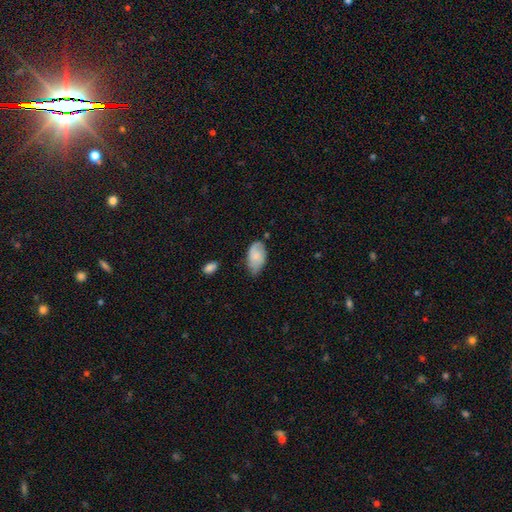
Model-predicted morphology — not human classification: Smooth or featured? smooth (68%)
How rounded? in between (93%)
Merging? none (50%)